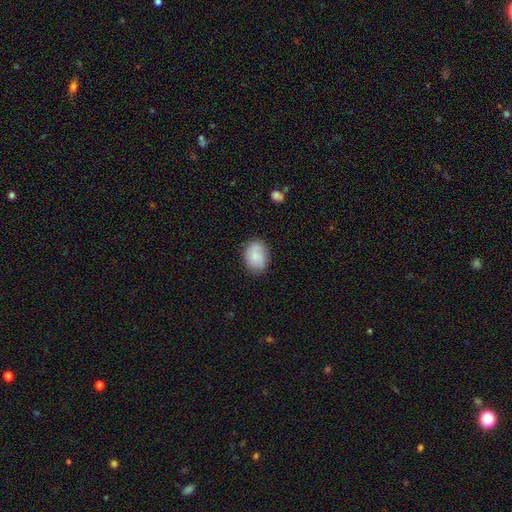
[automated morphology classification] This is clearly a smooth galaxy (82%). How rounded: likely in between (68%). Merging: likely none (79%).